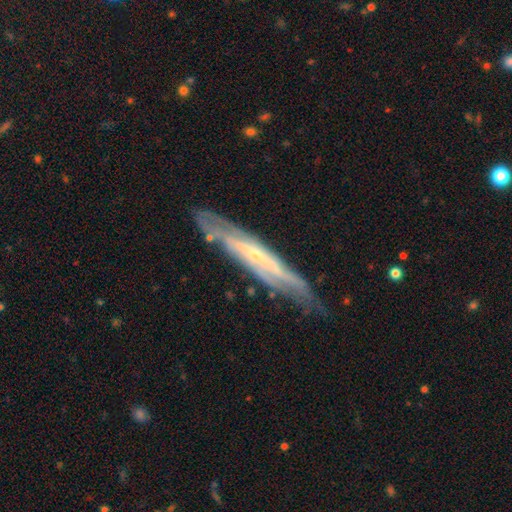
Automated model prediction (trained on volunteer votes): Overall: featured or disk (79%). Edge-on disk: yes (56%; no 44%). Merging: none (72%).